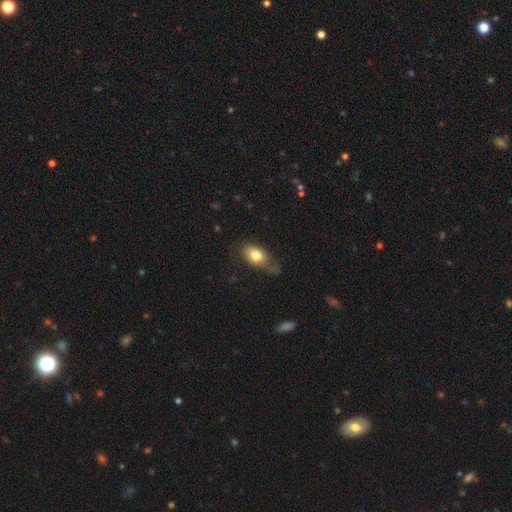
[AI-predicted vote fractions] smooth_or_featured: smooth (p=0.75) [alt: featured or disk p=0.17]
how_rounded: in between (p=0.80) [alt: round p=0.17]
merging: none (p=0.44) [alt: minor disturbance p=0.32]